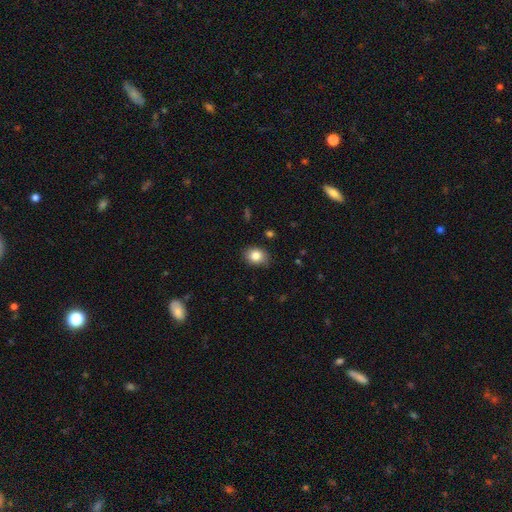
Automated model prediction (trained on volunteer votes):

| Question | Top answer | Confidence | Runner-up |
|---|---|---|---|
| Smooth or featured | smooth | 84% | star or artifact (9%) |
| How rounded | in between | 61% | round (38%) |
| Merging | none | 83% | minor disturbance (14%) |